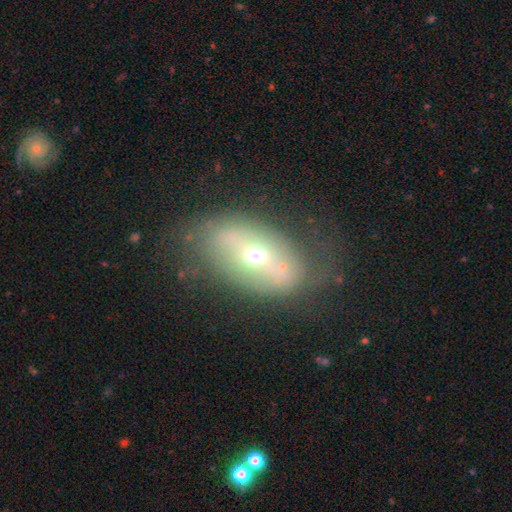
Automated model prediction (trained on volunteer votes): smooth-or-featured: featured or disk: 58% | smooth: 32% | star or artifact: 9%
  disk-edge-on: no: 87% | yes: 13%
    bar: no: 49% | weak: 27% | strong: 24%
    has-spiral-arms: no: 63% | yes: 37%
    bulge-size: moderate: 56% | small: 38% | large: 4% | dominant: 1% | none: 1%
  merging: none: 61% | minor disturbance: 23% | major disturbance: 12% | merger: 4%